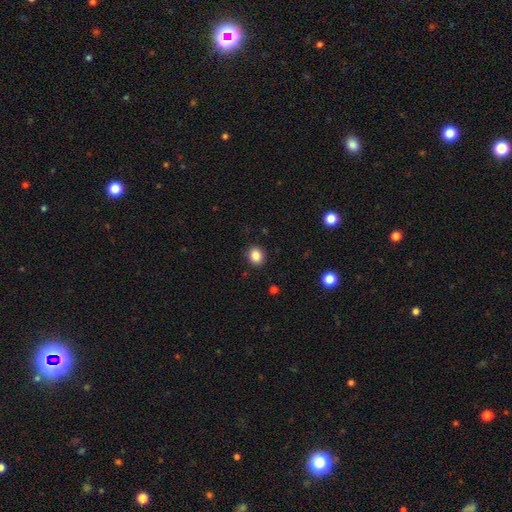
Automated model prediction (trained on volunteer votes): Q: Smooth or featured?
A: smooth (87%); runner-up: star or artifact (10%)
Q: How rounded?
A: round (61%); runner-up: in between (38%)
Q: Merging?
A: none (90%); runner-up: minor disturbance (7%)